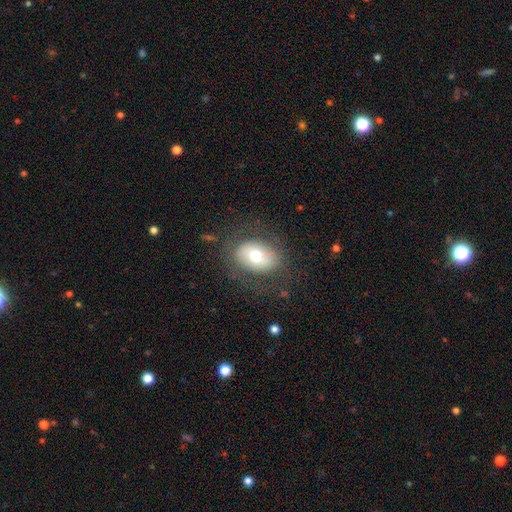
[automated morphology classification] Smooth or featured?
  - smooth: 64% *
  - featured or disk: 27%
  - star or artifact: 9%
How rounded?
  - in between: 71% *
  - round: 28%
  - cigar-shaped: 1%
Merging?
  - none: 73% *
  - minor disturbance: 15%
  - major disturbance: 11%
  - merger: 1%